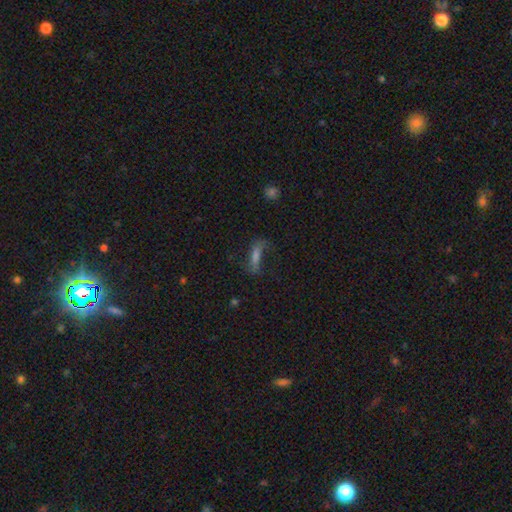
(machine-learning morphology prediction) A smooth galaxy with no disk features (46%). Merging: none (52%).